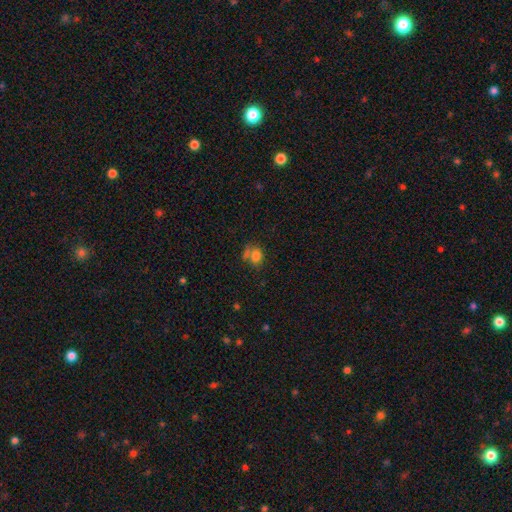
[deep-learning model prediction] This is likely a smooth galaxy (76%). How rounded: possibly round (50%). Merging: possibly none (52%).